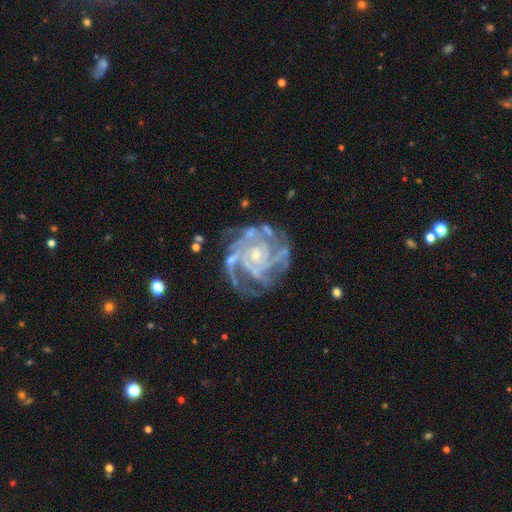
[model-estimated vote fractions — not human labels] Q: Smooth or featured?
A: featured or disk (90%); runner-up: star or artifact (6%)
Q: Edge-on disk?
A: no (98%); runner-up: yes (2%)
Q: Bar?
A: no (74%); runner-up: weak (19%)
Q: Spiral arms?
A: yes (97%); runner-up: no (3%)
Q: Spiral winding?
A: tight (68%); runner-up: medium (28%)
Q: Spiral arm count?
A: 4 (26%); runner-up: 3 (24%)
Q: Bulge size?
A: small (74%); runner-up: moderate (21%)
Q: Merging?
A: none (69%); runner-up: minor disturbance (18%)